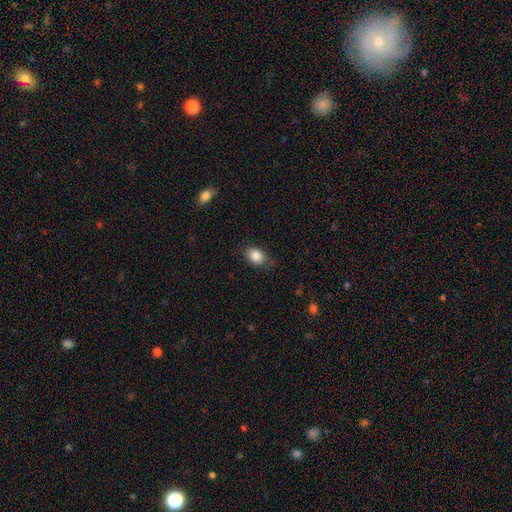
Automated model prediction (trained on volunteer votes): A smooth galaxy with no disk features (85%) that is in between round and cigar-shaped (71%).

Vote fractions:
- Smooth or featured? smooth: 85% / star or artifact: 8% / featured or disk: 6%
- How rounded? in between: 71% / round: 28% / cigar-shaped: 1%
- Merging? none: 77% / minor disturbance: 18% / major disturbance: 4% / merger: 1%